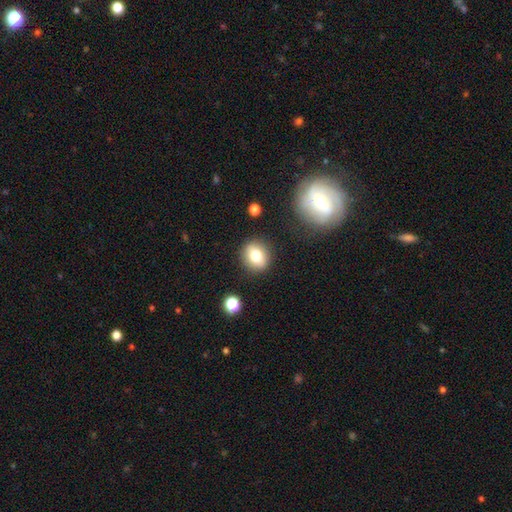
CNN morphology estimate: This is likely a smooth galaxy (73%). How rounded: likely round (68%). Merging: clearly none (87%).